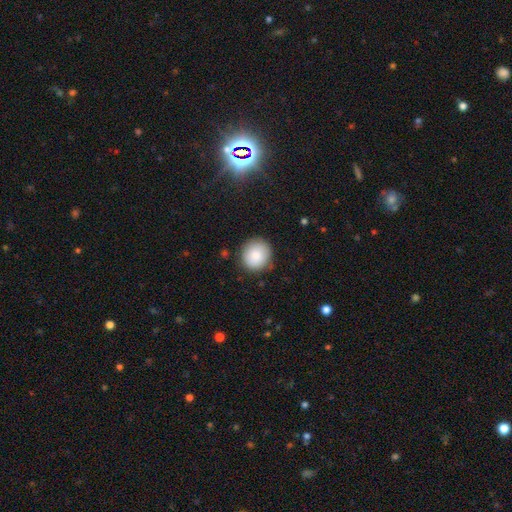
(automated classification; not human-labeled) Smooth or featured? smooth (86%)
How rounded? round (88%)
Merging? none (86%)